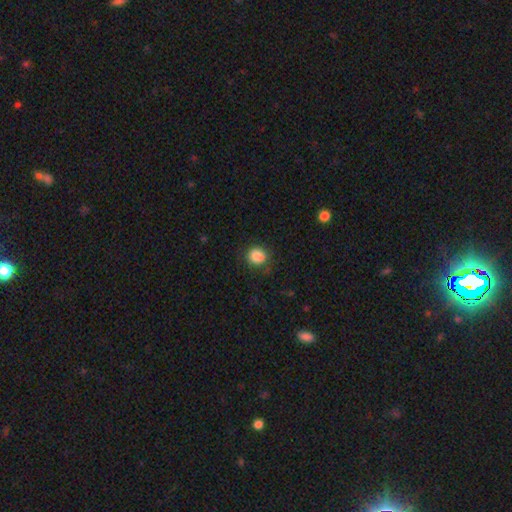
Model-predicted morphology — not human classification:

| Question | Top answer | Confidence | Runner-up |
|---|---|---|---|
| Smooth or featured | smooth | 85% | star or artifact (10%) |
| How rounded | round | 79% | in between (20%) |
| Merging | none | 75% | minor disturbance (16%) |